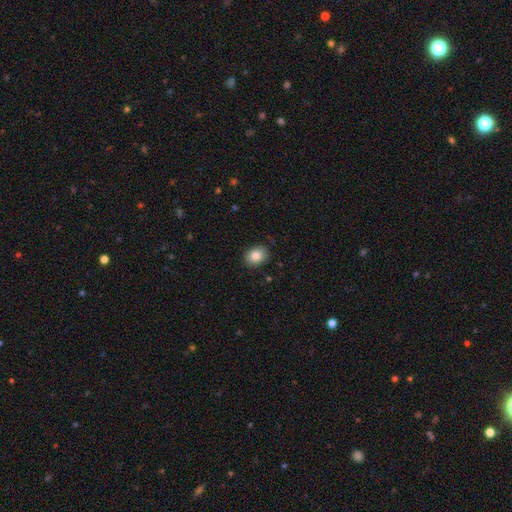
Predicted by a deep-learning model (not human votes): The model was most divided on "how rounded": in between: 59%, round: 40%, cigar-shaped: 1%. More confident: merging — none (87%); smooth or featured — smooth (85%).